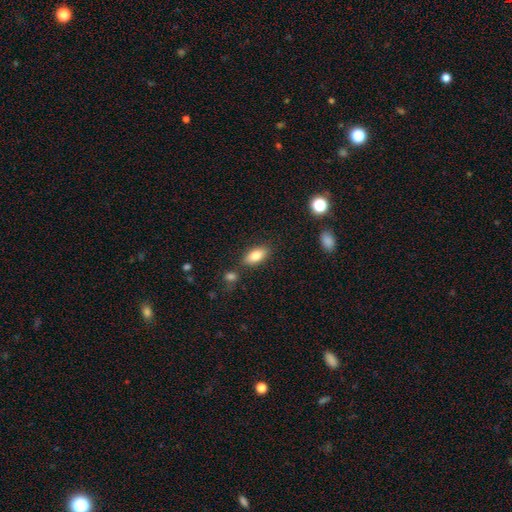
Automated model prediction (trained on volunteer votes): Smooth or featured? Predicted: smooth (p=0.82). How rounded? Predicted: in between (p=0.88). Merging? Predicted: none (p=0.80).